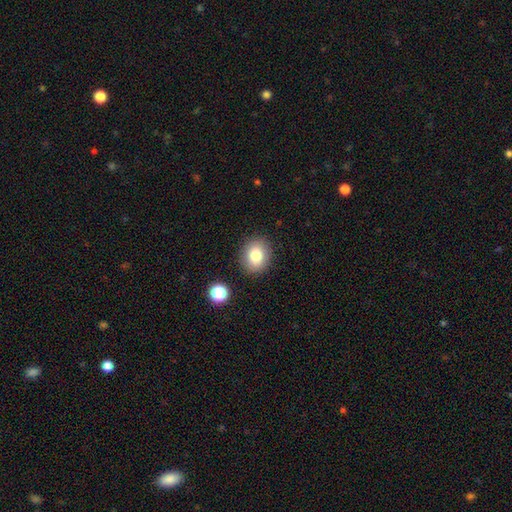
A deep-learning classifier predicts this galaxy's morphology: The model was most divided on "how rounded": round: 60%, in between: 39%, cigar-shaped: 1%. More confident: merging — none (87%); smooth or featured — smooth (80%).